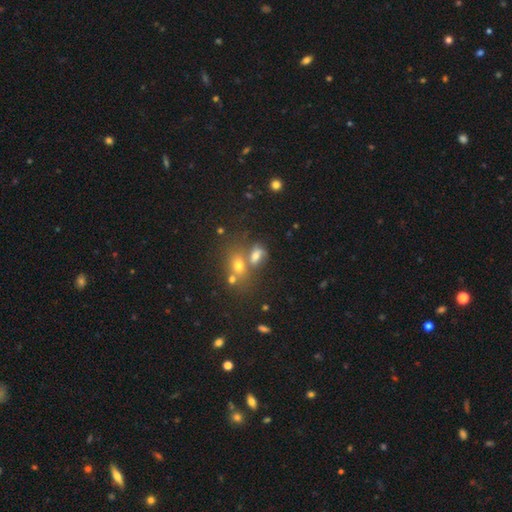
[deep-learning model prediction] Q: Smooth or featured?
A: smooth (60%); runner-up: featured or disk (21%)
Q: How rounded?
A: in between (73%); runner-up: round (23%)
Q: Merging?
A: merger (42%); runner-up: none (38%)